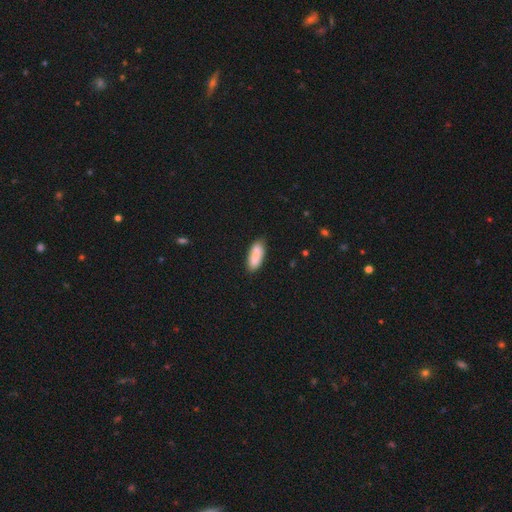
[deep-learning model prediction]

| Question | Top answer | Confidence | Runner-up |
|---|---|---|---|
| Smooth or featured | smooth | 82% | featured or disk (11%) |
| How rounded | in between | 68% | cigar-shaped (30%) |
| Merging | none | 73% | minor disturbance (18%) |